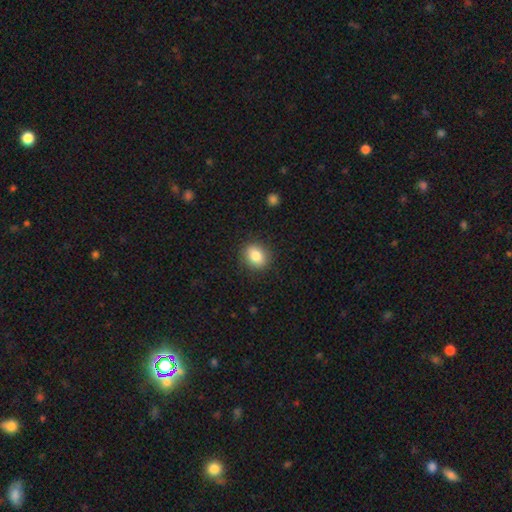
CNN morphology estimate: Overall: smooth (83%). How rounded: round (52%; in between 47%). Merging: none (88%).